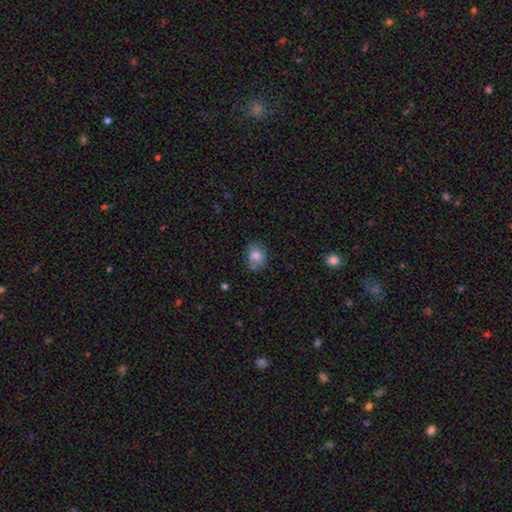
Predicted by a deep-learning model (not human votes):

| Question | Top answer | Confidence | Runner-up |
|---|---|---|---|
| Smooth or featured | smooth | 79% | featured or disk (12%) |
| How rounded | round | 54% | in between (45%) |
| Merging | none | 71% | minor disturbance (22%) |